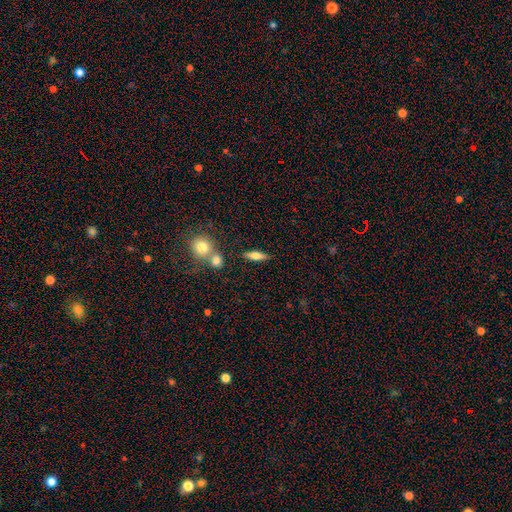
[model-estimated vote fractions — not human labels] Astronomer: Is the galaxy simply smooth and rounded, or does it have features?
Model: smooth — 59%.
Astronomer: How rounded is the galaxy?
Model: cigar-shaped — 49% (runner-up: in between, 44%).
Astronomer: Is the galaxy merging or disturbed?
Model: none — 77%.